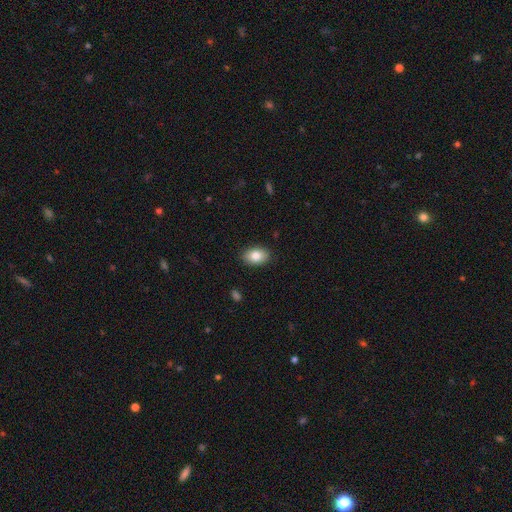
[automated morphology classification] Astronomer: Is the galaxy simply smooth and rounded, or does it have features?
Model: smooth — 83%.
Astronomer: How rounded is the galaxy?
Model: in between — 86%.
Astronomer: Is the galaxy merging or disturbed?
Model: none — 89%.